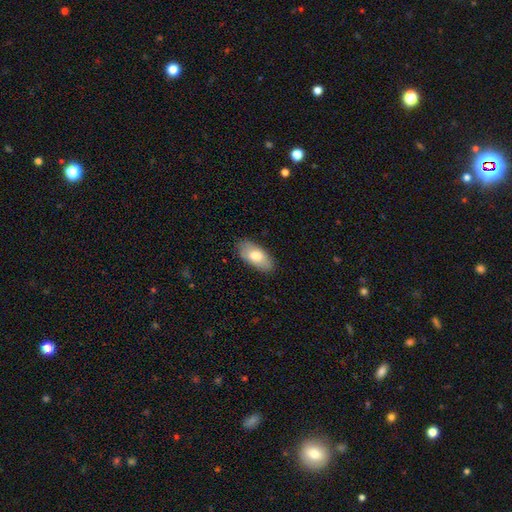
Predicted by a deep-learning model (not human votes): Q: Smooth or featured?
A: smooth (74%); runner-up: featured or disk (20%)
Q: How rounded?
A: in between (91%); runner-up: cigar-shaped (7%)
Q: Merging?
A: none (86%); runner-up: minor disturbance (11%)